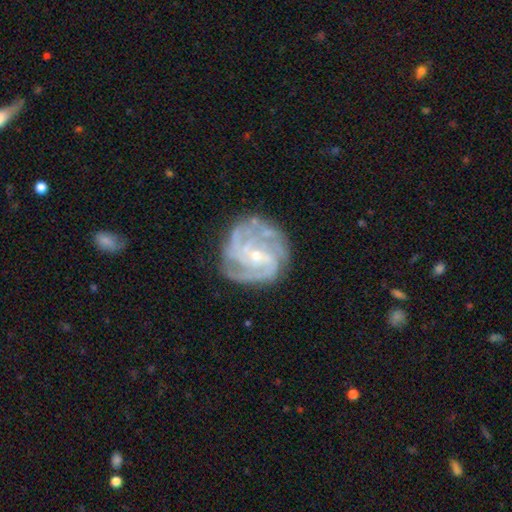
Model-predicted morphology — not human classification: A featured or disk galaxy (88%) with no bar (55%), 3 (34%) tight (56%) spiral arms (97%) and a small central bulge (75%).

Vote fractions:
- Smooth or featured? featured or disk: 88% / smooth: 6% / star or artifact: 6%
- Edge-on disk? no: 98% / yes: 2%
- Bar? no: 55% / weak: 35% / strong: 10%
- Spiral arms? yes: 97% / no: 3%
- Spiral winding? tight: 56% / medium: 37% / loose: 7%
- Spiral arm count? 3: 34% / 4: 21% / can't tell: 18% / 2: 15% / more than 4: 7% / 1: 6%
- Bulge size? small: 75% / moderate: 22% / none: 2% / large: 1% / dominant: 1%
- Merging? none: 74% / minor disturbance: 17% / major disturbance: 7% / merger: 2%